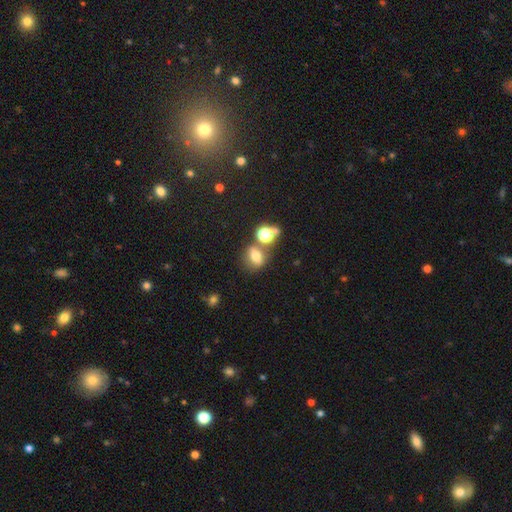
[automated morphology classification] smooth 67%, star or artifact 18%, featured or disk 15%. Down the decision tree: how rounded — in between (53%); merging — none (57%).